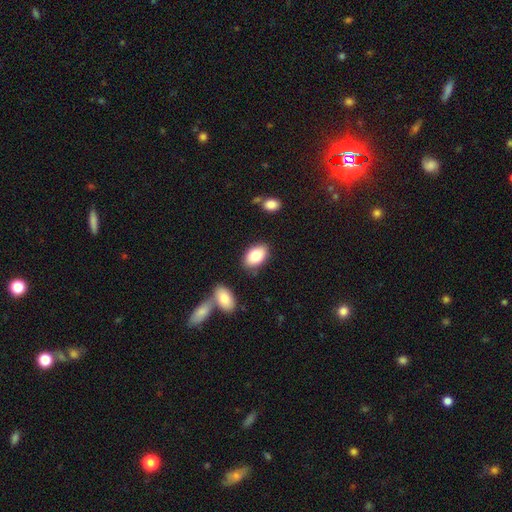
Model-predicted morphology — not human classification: A smooth galaxy with no disk features (82%) that is in between round and cigar-shaped (91%).

Vote fractions:
- Smooth or featured? smooth: 82% / featured or disk: 10% / star or artifact: 7%
- How rounded? in between: 91% / round: 8% / cigar-shaped: 1%
- Merging? none: 81% / minor disturbance: 12% / merger: 5% / major disturbance: 3%